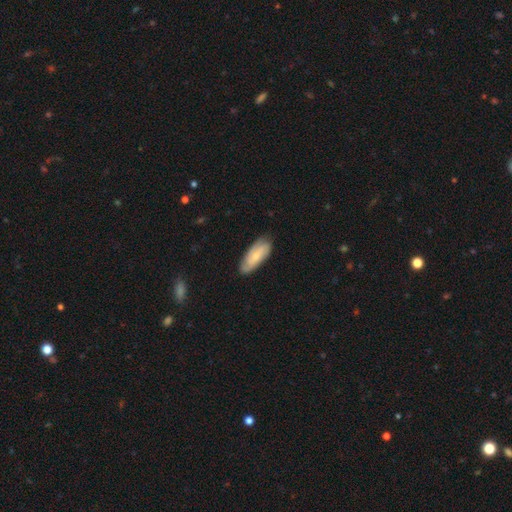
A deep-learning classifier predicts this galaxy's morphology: Smooth or featured: smooth — 48% (featured or disk — 46%)
Merging: none — 79% (minor disturbance — 16%)